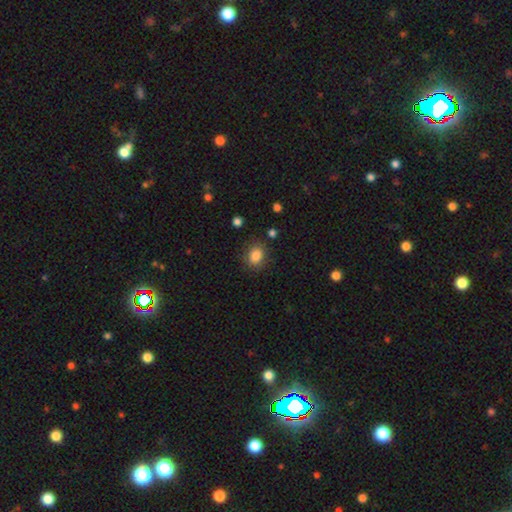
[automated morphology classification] Q: Smooth or featured?
A: smooth (85%); runner-up: star or artifact (9%)
Q: How rounded?
A: round (51%); runner-up: in between (48%)
Q: Merging?
A: none (83%); runner-up: minor disturbance (12%)